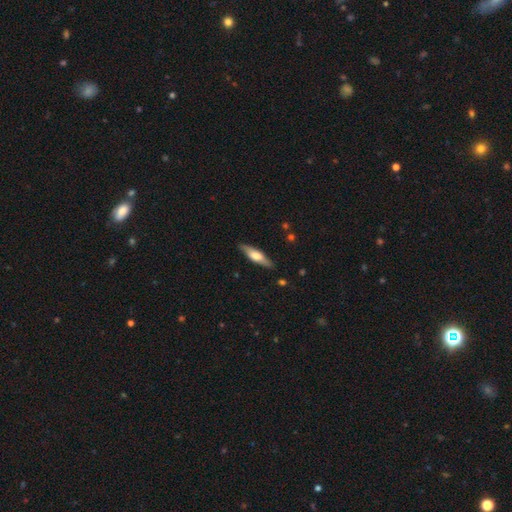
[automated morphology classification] Smooth or featured? Predicted: smooth (p=0.49). Merging? Predicted: none (p=0.86).